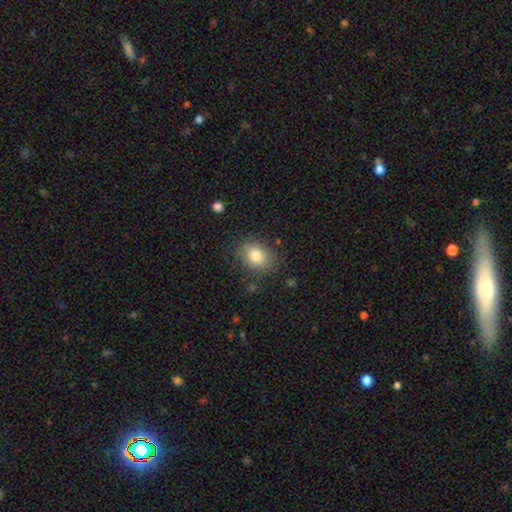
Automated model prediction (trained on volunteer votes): Smooth or featured?
  - smooth: 82% *
  - star or artifact: 9%
  - featured or disk: 9%
How rounded?
  - in between: 62% *
  - round: 37%
  - cigar-shaped: 1%
Merging?
  - none: 83% *
  - minor disturbance: 12%
  - major disturbance: 4%
  - merger: 1%